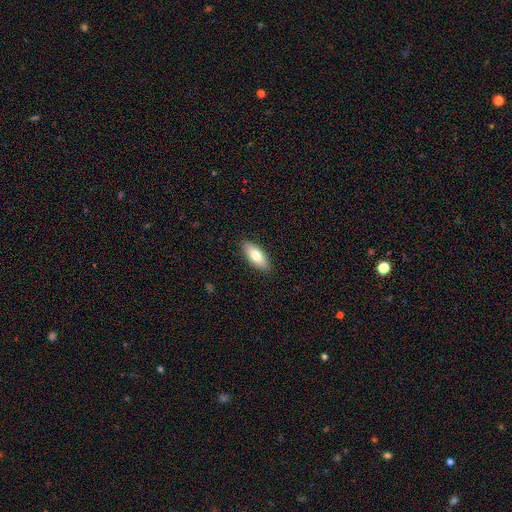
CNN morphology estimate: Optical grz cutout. It shows a smooth galaxy with no disk features (74%) that is in between round and cigar-shaped (77%). Merging: none (89%).